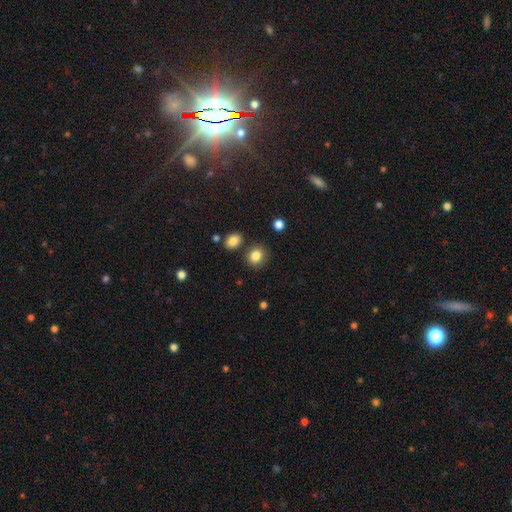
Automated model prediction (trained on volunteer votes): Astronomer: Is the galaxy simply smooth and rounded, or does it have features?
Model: smooth — 84%.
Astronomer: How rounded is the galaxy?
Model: round — 76%.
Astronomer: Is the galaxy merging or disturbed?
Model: none — 81%.